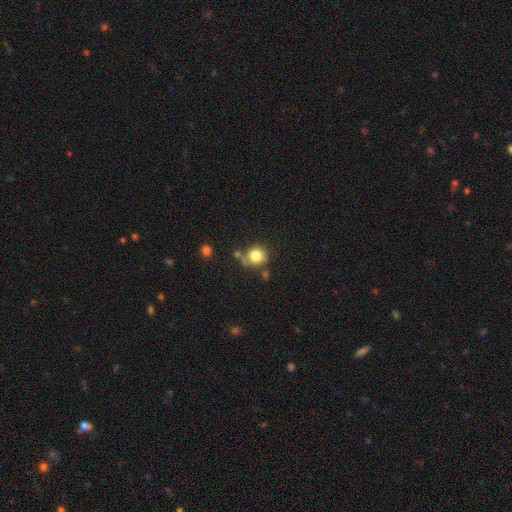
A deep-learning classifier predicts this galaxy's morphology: Smooth or featured? smooth (82%)
How rounded? round (87%)
Merging? none (64%)